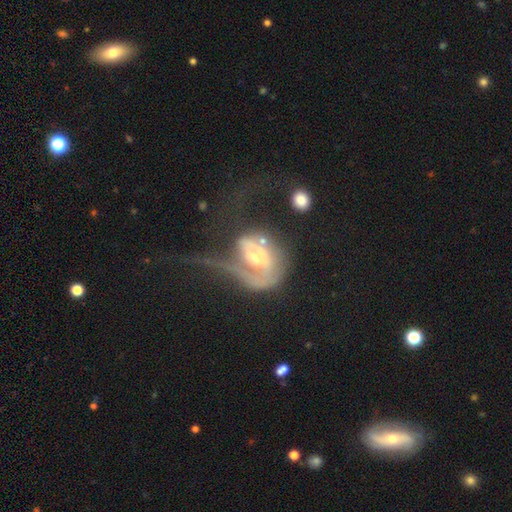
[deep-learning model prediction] A featured or disk galaxy (71%) with no bar (53%), spiral arms (69%) and a moderate central bulge (59%). Merging: major disturbance (59%).